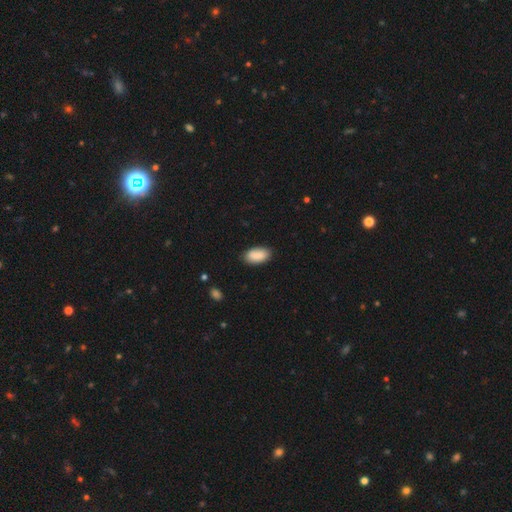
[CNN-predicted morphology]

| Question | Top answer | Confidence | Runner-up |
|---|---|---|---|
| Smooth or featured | smooth | 90% | star or artifact (6%) |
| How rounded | in between | 94% | cigar-shaped (3%) |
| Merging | none | 87% | minor disturbance (10%) |